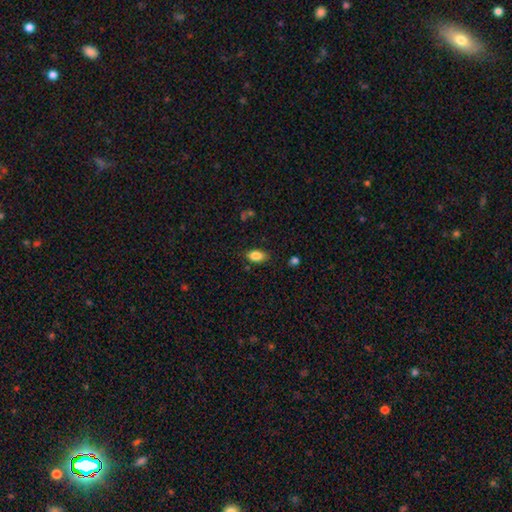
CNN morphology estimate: A smooth galaxy with no disk features (85%) that is in between round and cigar-shaped (90%).

Vote fractions:
- Smooth or featured? smooth: 85% / star or artifact: 8% / featured or disk: 7%
- How rounded? in between: 90% / round: 6% / cigar-shaped: 3%
- Merging? none: 82% / minor disturbance: 13% / major disturbance: 3% / merger: 2%